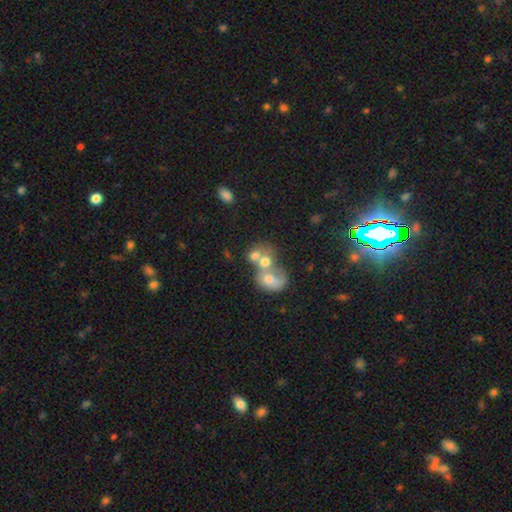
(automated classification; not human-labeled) Smooth or featured: smooth — 60% (featured or disk — 29%)
How rounded: round — 56% (in between — 43%)
Merging: merger — 70% (none — 17%)